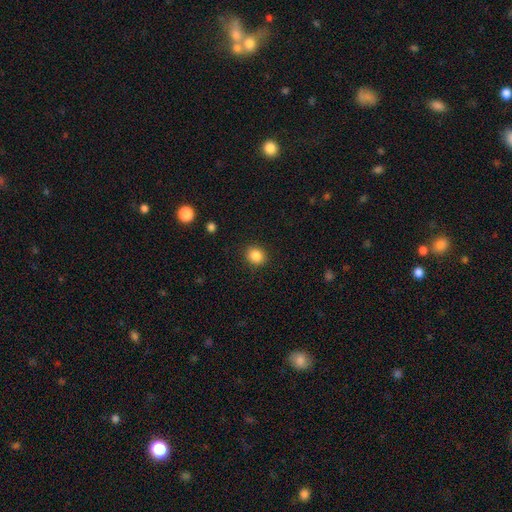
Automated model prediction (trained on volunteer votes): Smooth or featured: smooth — 86% (star or artifact — 10%)
How rounded: round — 75% (in between — 24%)
Merging: none — 90% (minor disturbance — 7%)